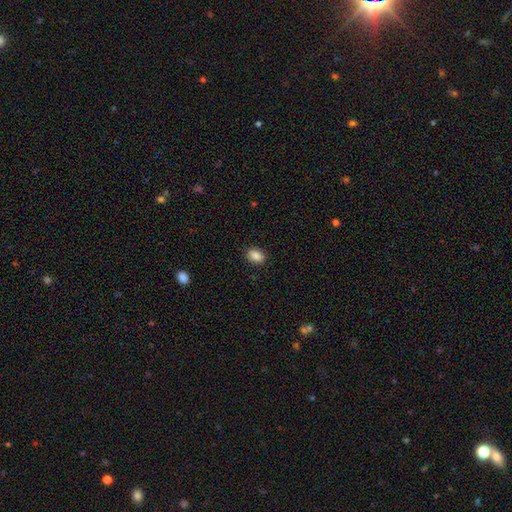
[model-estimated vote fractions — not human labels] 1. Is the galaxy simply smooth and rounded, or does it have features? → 87% smooth, 8% star or artifact, 5% featured or disk.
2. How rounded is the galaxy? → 80% in between, 19% round, 1% cigar-shaped.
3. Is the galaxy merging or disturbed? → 88% none, 9% minor disturbance, 2% major disturbance, 1% merger.